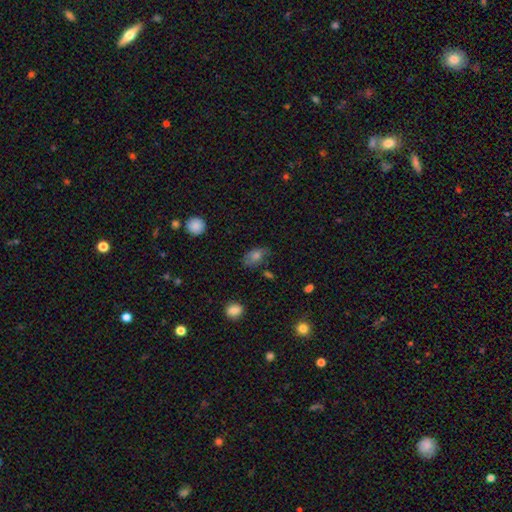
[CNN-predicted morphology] The model was most divided on "smooth or featured": smooth: 64%, featured or disk: 22%, star or artifact: 14%. More confident: how rounded — in between (82%); merging — none (68%).